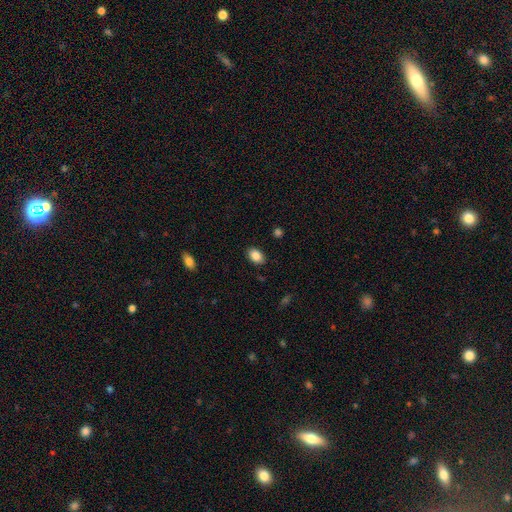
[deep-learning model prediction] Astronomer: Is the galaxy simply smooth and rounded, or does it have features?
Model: smooth — 86%.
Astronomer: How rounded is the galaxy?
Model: in between — 83%.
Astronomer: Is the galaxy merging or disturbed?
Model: none — 88%.